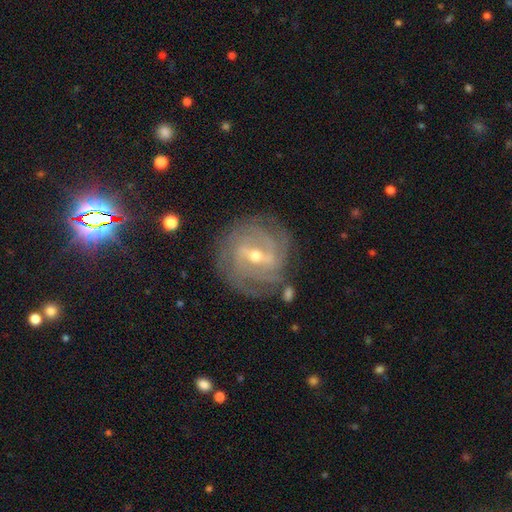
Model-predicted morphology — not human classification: Smooth or featured: featured or disk — 88% (smooth — 6%)
Edge-on disk: no — 96% (yes — 4%)
Bar: weak — 45% (strong — 43%)
Spiral arms: yes — 95% (no — 5%)
Spiral winding: tight — 62% (medium — 30%)
Spiral arm count: can't tell — 27% (3 — 25%)
Bulge size: moderate — 50% (small — 47%)
Merging: none — 77% (minor disturbance — 15%)